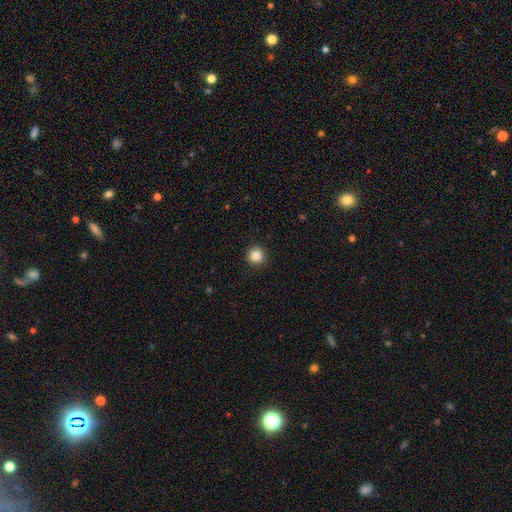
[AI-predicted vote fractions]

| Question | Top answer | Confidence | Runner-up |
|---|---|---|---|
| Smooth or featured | smooth | 86% | star or artifact (10%) |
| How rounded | round | 95% | in between (4%) |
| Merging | none | 92% | minor disturbance (5%) |